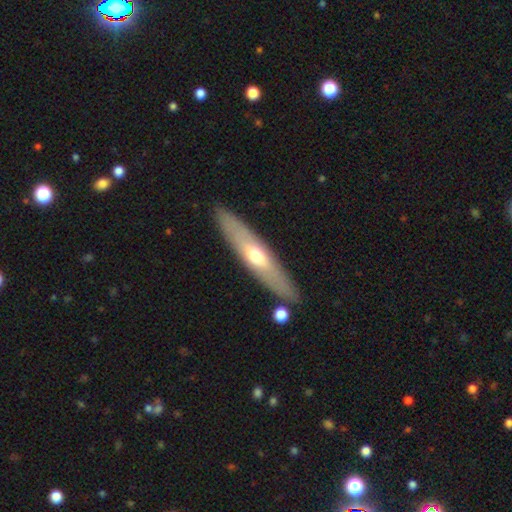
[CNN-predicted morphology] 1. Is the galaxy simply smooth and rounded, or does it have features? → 52% featured or disk, 42% smooth, 5% star or artifact.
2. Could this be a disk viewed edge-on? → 75% yes, 25% no.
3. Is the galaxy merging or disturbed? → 87% none, 9% minor disturbance, 3% merger, 2% major disturbance.